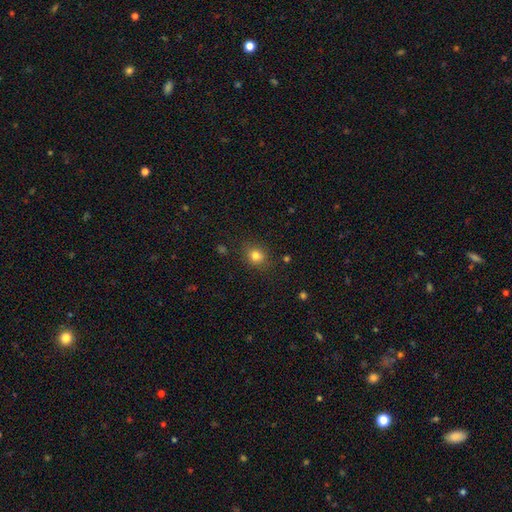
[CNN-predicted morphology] smooth_or_featured: smooth (p=0.80) [alt: star or artifact p=0.13]
how_rounded: round (p=0.69) [alt: in between p=0.30]
merging: none (p=0.83) [alt: minor disturbance p=0.11]